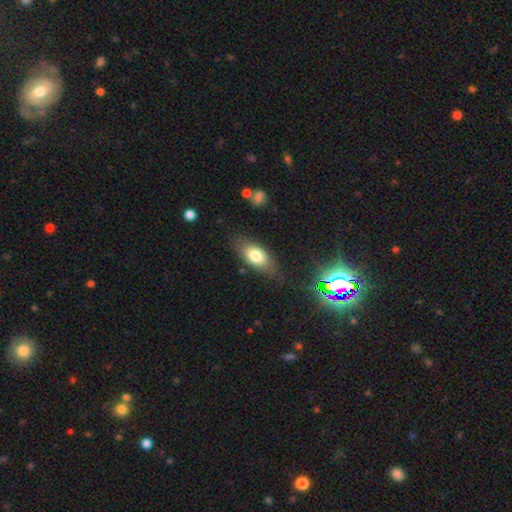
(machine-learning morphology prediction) A smooth galaxy with no disk features (75%) that is in between round and cigar-shaped (85%). Merging: none (74%).